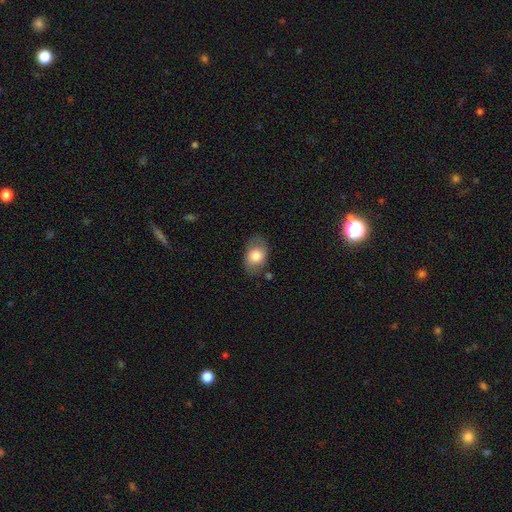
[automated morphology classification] Q: Smooth or featured?
A: smooth (73%); runner-up: featured or disk (21%)
Q: How rounded?
A: in between (81%); runner-up: round (18%)
Q: Merging?
A: none (74%); runner-up: minor disturbance (18%)